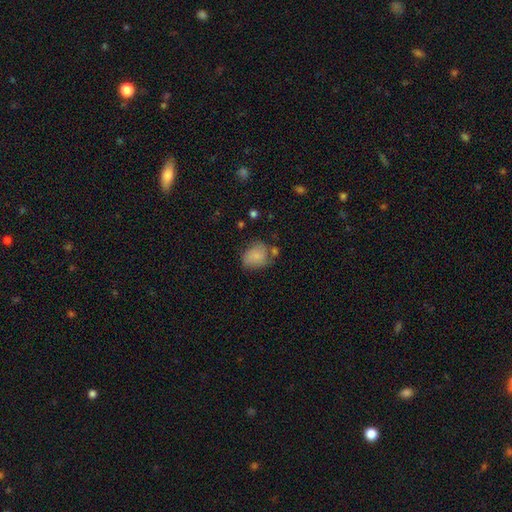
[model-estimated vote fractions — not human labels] Smooth or featured: smooth — 79% (featured or disk — 13%)
How rounded: in between — 52% (round — 47%)
Merging: none — 53% (minor disturbance — 26%)